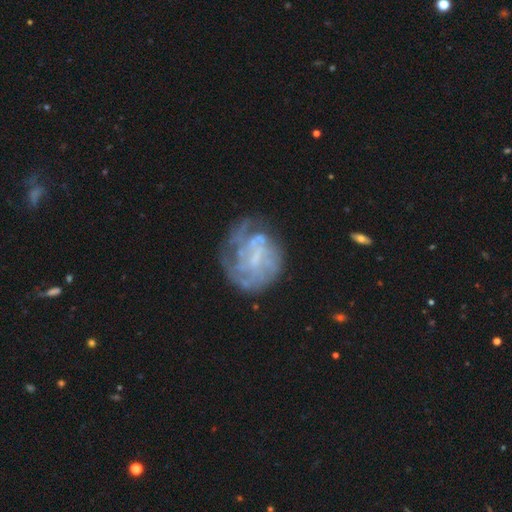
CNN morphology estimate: smooth-or-featured: featured or disk: 71% | smooth: 19% | star or artifact: 10%
  disk-edge-on: no: 98% | yes: 2%
    bar: no: 47% | weak: 41% | strong: 11%
    has-spiral-arms: yes: 68% | no: 32%
    bulge-size: none: 47% | small: 37% | moderate: 13% | large: 2% | dominant: 1%
  merging: none: 54% | minor disturbance: 22% | major disturbance: 21% | merger: 3%